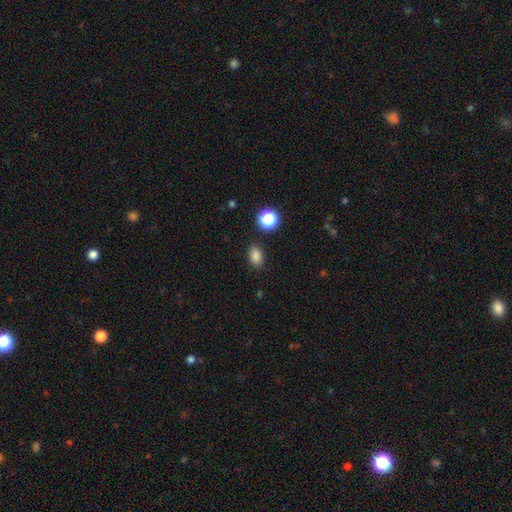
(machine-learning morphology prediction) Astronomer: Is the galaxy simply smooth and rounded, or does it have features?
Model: smooth — 83%.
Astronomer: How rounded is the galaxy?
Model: in between — 81%.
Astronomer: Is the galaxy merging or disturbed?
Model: none — 84%.